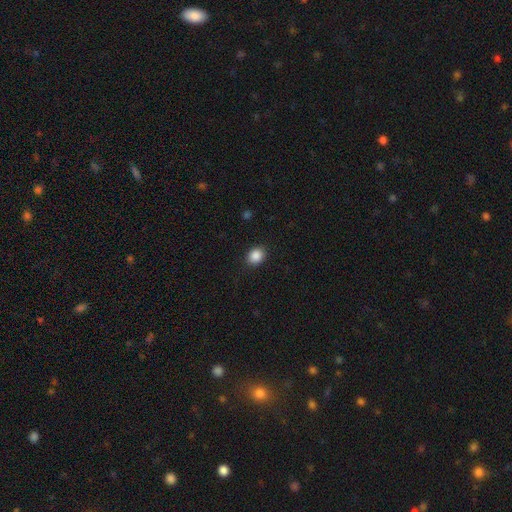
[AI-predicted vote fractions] smooth_or_featured: smooth (p=0.88) [alt: star or artifact p=0.09]
how_rounded: round (p=0.57) [alt: in between p=0.43]
merging: none (p=0.89) [alt: minor disturbance p=0.07]